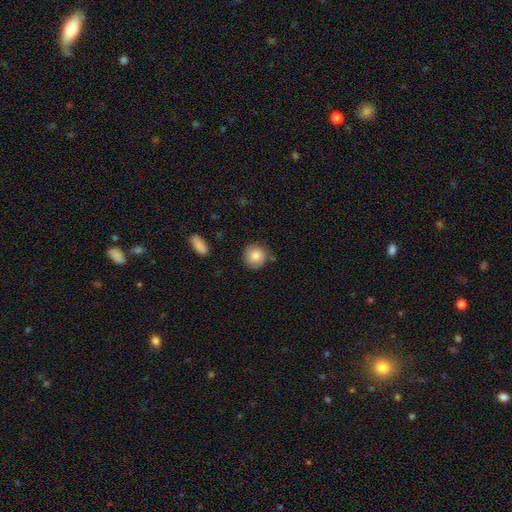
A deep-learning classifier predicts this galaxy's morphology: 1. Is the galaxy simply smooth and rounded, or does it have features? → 85% smooth, 8% star or artifact, 7% featured or disk.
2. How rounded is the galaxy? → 90% round, 9% in between, 1% cigar-shaped.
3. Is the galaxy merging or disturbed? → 79% none, 15% minor disturbance, 3% merger, 3% major disturbance.